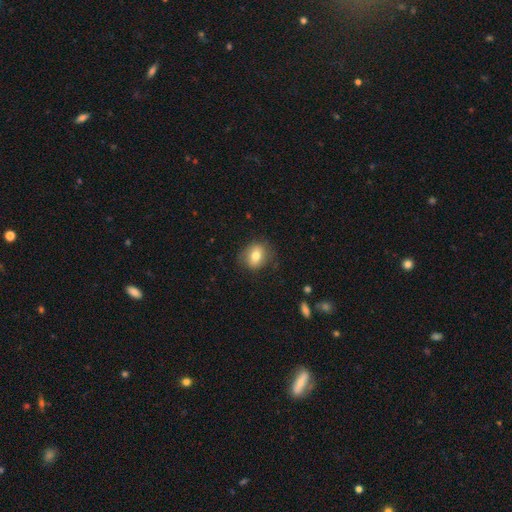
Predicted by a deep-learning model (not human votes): This is likely a smooth galaxy (74%). How rounded: possibly in between (52%). Merging: likely none (76%).